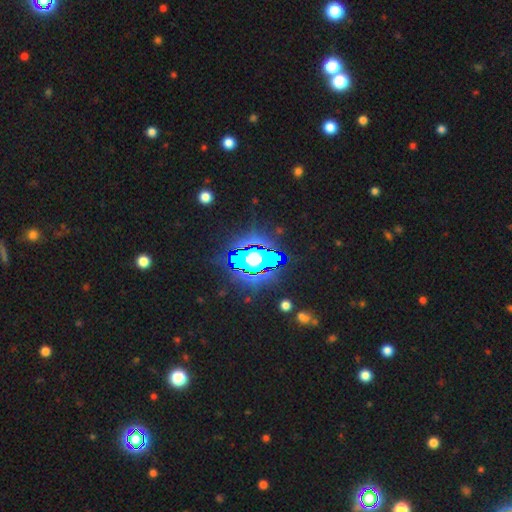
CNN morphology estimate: Q: Smooth or featured?
A: star or artifact (58%); runner-up: smooth (25%)